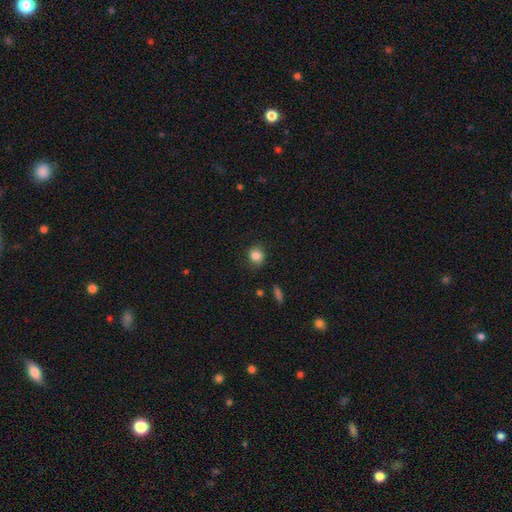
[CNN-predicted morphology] A smooth galaxy with no disk features (85%) that is round (78%). Merging: none (83%).